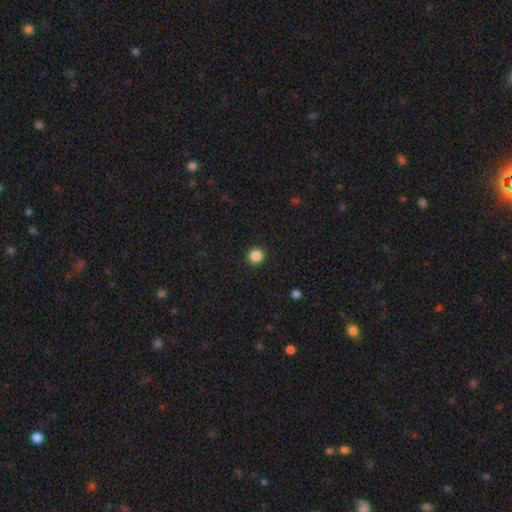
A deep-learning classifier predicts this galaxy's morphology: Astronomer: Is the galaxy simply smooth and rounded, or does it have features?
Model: smooth — 86%.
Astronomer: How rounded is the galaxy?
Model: round — 94%.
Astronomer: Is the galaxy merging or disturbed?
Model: none — 92%.